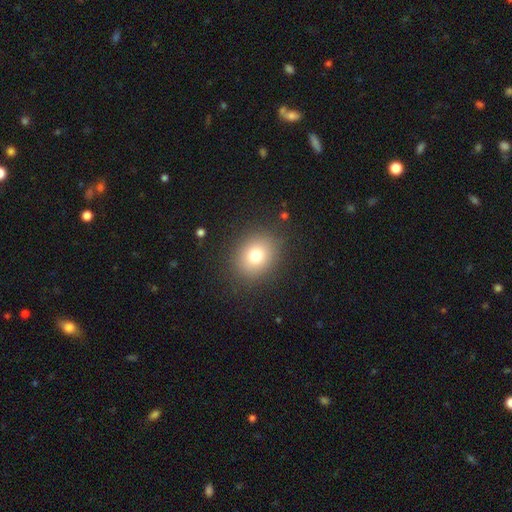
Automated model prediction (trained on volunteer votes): Smooth or featured: smooth — 78% (star or artifact — 12%)
How rounded: round — 57% (in between — 42%)
Merging: none — 86% (minor disturbance — 9%)